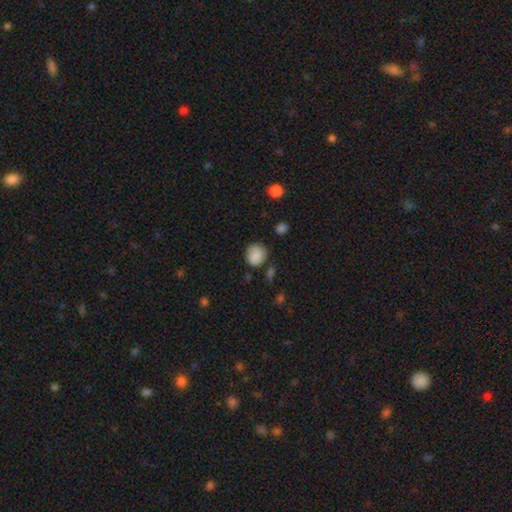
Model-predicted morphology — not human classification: A smooth galaxy with no disk features (84%) that is round (82%). Merging: none (73%).